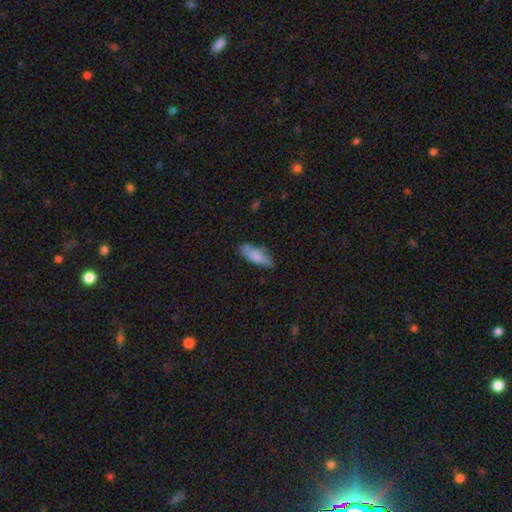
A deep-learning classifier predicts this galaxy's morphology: This is likely a smooth galaxy (75%). How rounded: likely in between (68%). Merging: likely none (64%).